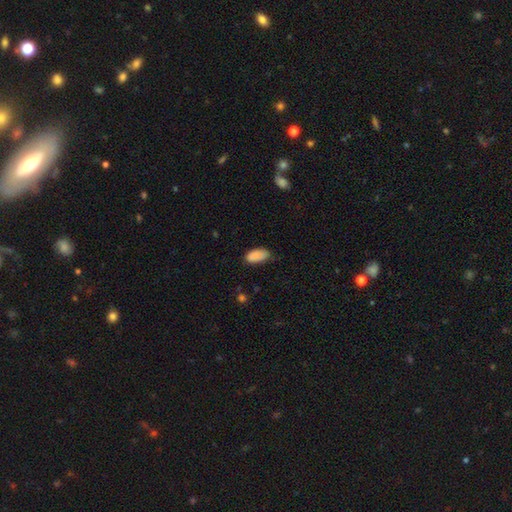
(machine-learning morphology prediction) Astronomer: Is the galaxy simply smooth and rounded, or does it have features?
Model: smooth — 87%.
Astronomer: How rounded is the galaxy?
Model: in between — 93%.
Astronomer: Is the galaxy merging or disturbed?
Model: none — 67%.